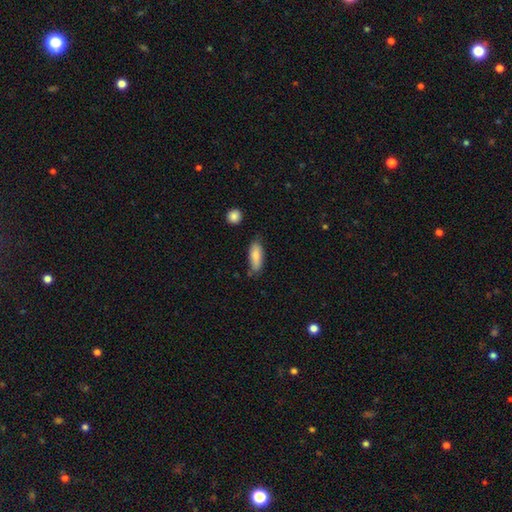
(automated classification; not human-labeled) Morphology: type=smooth (82%); roundness=in between (66%); merging=none (72%).